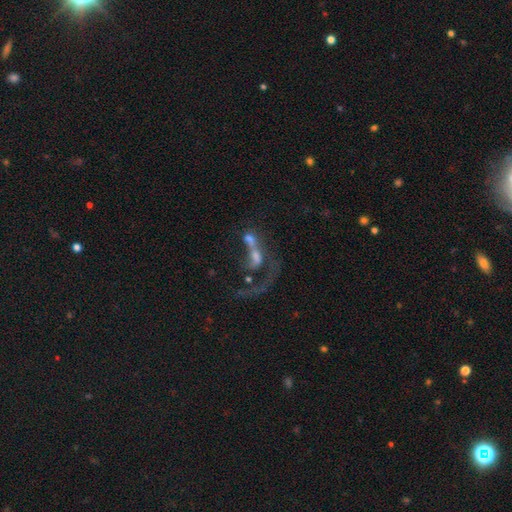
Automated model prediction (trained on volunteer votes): Smooth or featured?
  - featured or disk: 58% *
  - smooth: 28%
  - star or artifact: 14%
Edge-on disk?
  - no: 92% *
  - yes: 8%
Bar?
  - no: 68% *
  - weak: 22%
  - strong: 10%
Spiral arms?
  - no: 53% *
  - yes: 47%
Bulge size?
  - moderate: 35% *
  - small: 24%
  - none: 23%
  - large: 13%
  - dominant: 4%
Merging?
  - merger: 61% *
  - major disturbance: 22%
  - none: 12%
  - minor disturbance: 6%